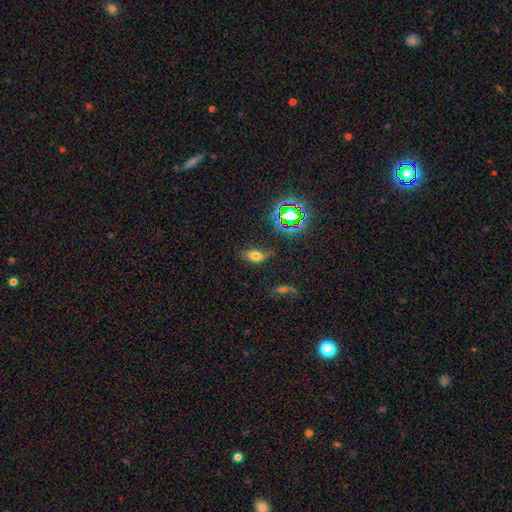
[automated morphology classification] A smooth galaxy with no disk features (66%) that is in between round and cigar-shaped (87%).

Vote fractions:
- Smooth or featured? smooth: 66% / star or artifact: 22% / featured or disk: 12%
- How rounded? in between: 87% / round: 8% / cigar-shaped: 5%
- Merging? none: 74% / minor disturbance: 16% / major disturbance: 6% / merger: 3%